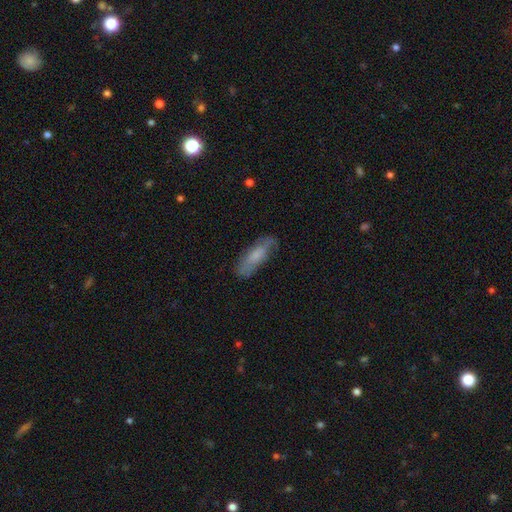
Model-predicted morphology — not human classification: type=smooth (63%); roundness=cigar-shaped (50%); merging=none (68%).